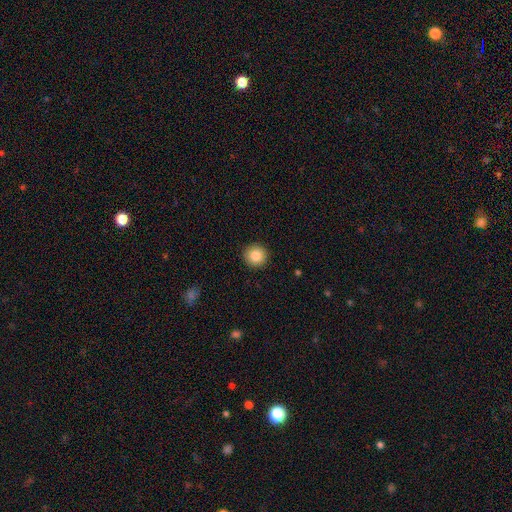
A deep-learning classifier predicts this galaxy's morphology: This appears to be a smooth galaxy with no disk features (85%) that is round (95%). Merging: none (92%).